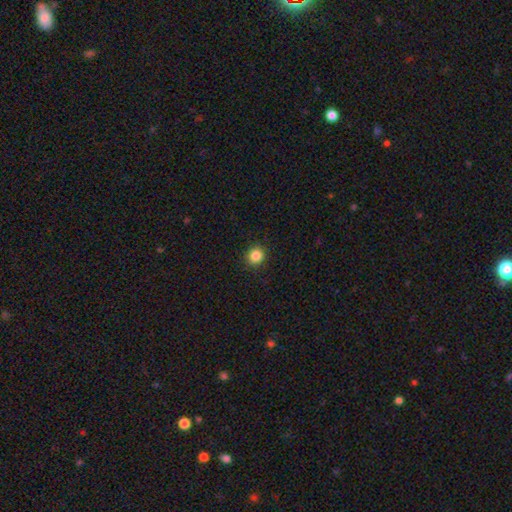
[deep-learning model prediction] This is clearly a smooth galaxy (85%). How rounded: clearly round (90%). Merging: clearly none (91%).